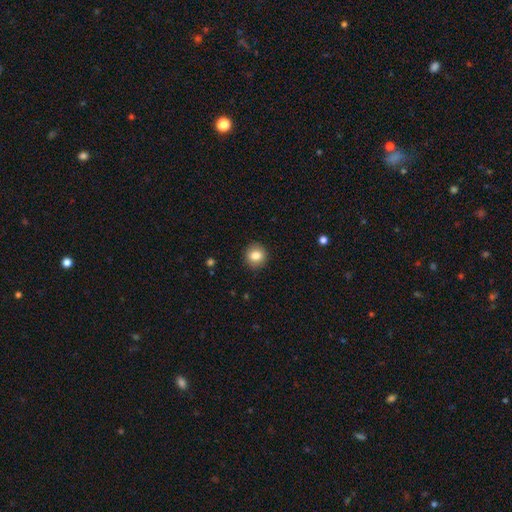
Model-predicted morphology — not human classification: A smooth galaxy with no disk features (83%) that is round (88%).

Vote fractions:
- Smooth or featured? smooth: 83% / star or artifact: 9% / featured or disk: 7%
- How rounded? round: 88% / in between: 11% / cigar-shaped: 1%
- Merging? none: 90% / minor disturbance: 7% / major disturbance: 2% / merger: 1%